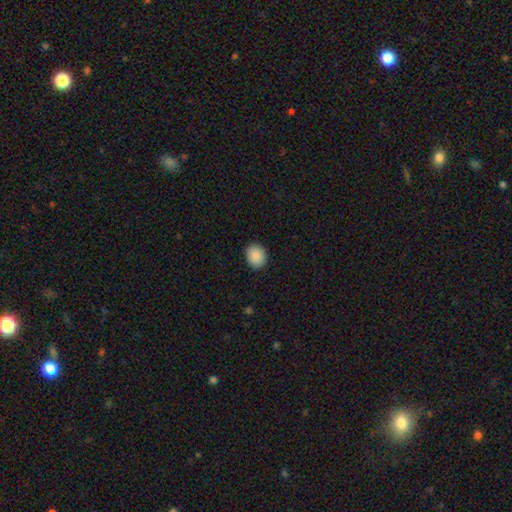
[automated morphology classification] smooth_or_featured: smooth (p=0.89) [alt: star or artifact p=0.08]
how_rounded: round (p=0.67) [alt: in between p=0.32]
merging: none (p=0.91) [alt: minor disturbance p=0.07]